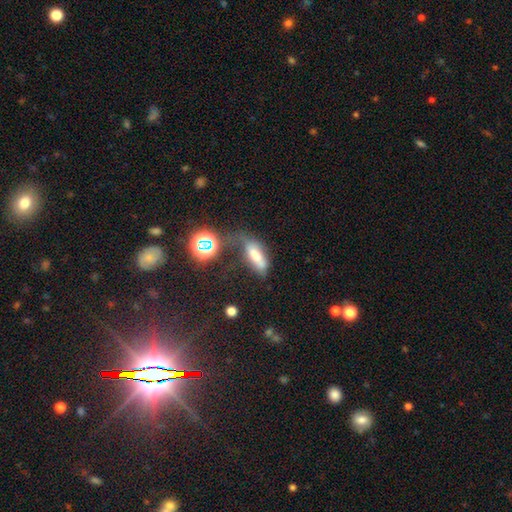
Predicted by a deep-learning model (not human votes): The model was most divided on "merging": none: 31%, major disturbance: 27%, minor disturbance: 27%, merger: 15%. More confident: how rounded — in between (65%); smooth or featured — smooth (60%).